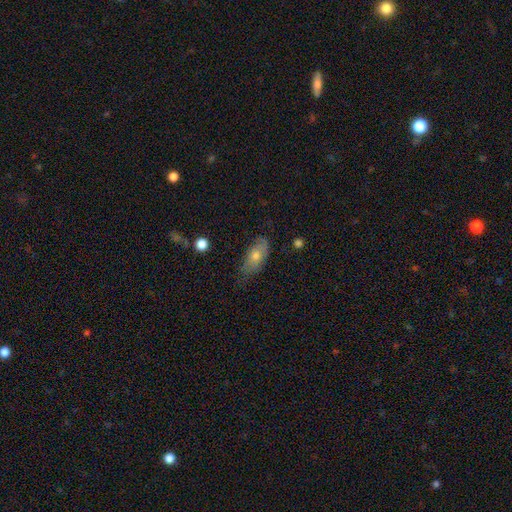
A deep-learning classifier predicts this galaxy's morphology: Overall: smooth (58%; featured or disk 34%). How rounded: in between (82%). Merging: none (63%; minor disturbance 29%).